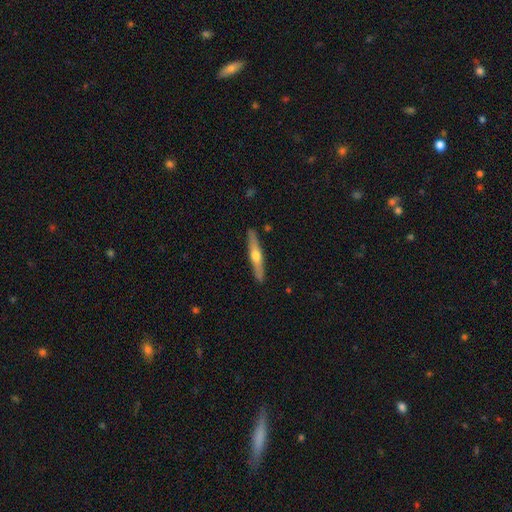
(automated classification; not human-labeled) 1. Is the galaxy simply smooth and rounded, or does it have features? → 59% featured or disk, 36% smooth, 5% star or artifact.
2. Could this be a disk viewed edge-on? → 95% yes, 5% no.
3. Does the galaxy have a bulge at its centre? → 91% rounded, 6% none, 3% boxy.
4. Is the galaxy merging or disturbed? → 90% none, 7% minor disturbance, 2% major disturbance, 1% merger.